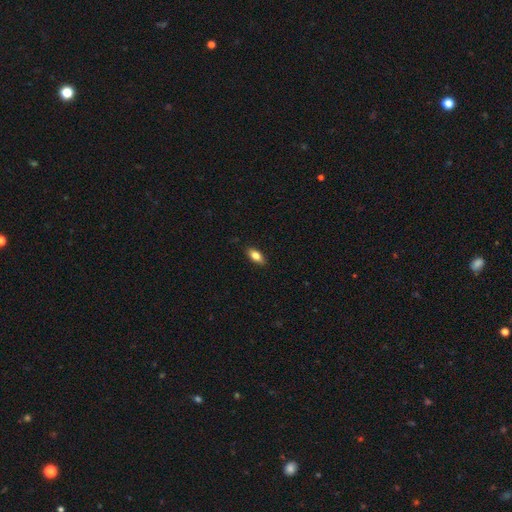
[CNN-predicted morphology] Smooth or featured? smooth (80%)
How rounded? in between (87%)
Merging? none (88%)